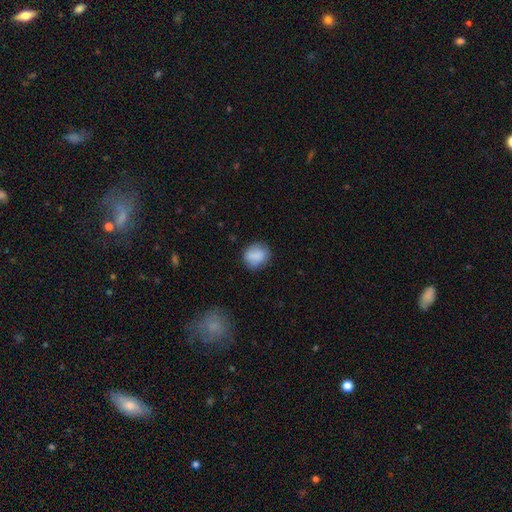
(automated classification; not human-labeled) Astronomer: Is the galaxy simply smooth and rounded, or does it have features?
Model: smooth — 84%.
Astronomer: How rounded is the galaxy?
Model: round — 71%.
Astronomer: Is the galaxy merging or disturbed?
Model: none — 76%.